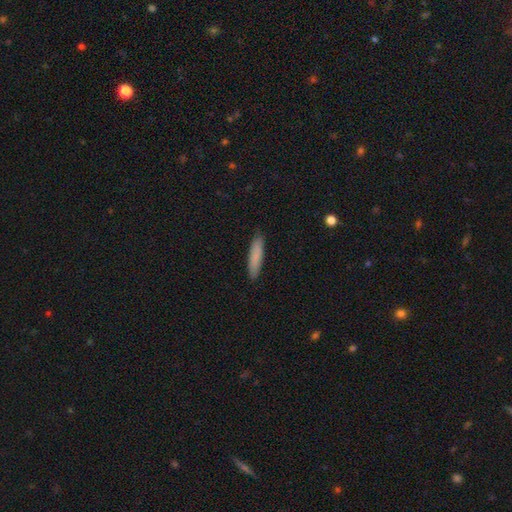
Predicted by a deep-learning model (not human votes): smooth_or_featured: smooth (p=0.83) [alt: featured or disk p=0.11]
how_rounded: cigar-shaped (p=0.84) [alt: in between p=0.15]
merging: none (p=0.89) [alt: minor disturbance p=0.09]